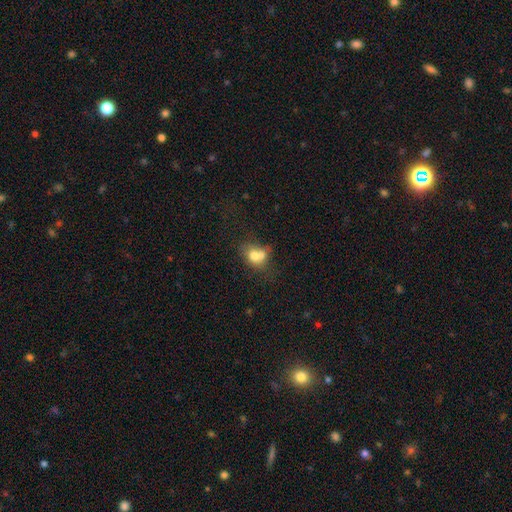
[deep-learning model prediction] Morphology: type=smooth (69%); roundness=round (58%); merging=merger (60%).